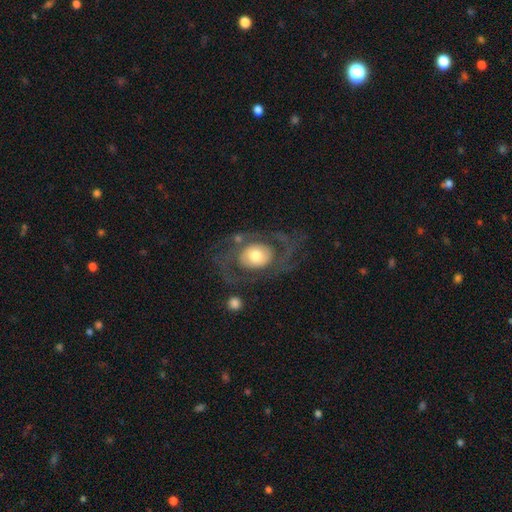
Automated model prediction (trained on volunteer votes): This is likely a featured or disk galaxy (63%). It is clearly not viewed edge-on (94%). Bar: clearly no (81%). Spiral arm pattern: possibly yes (57%). Central bulge: possibly moderate (58%). Merging: possibly none (57%).